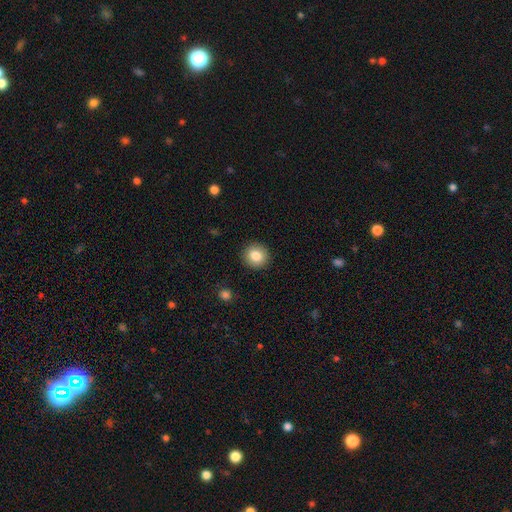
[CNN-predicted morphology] smooth 84%, star or artifact 9%, featured or disk 7%. Down the decision tree: how rounded — round (90%); merging — none (91%).